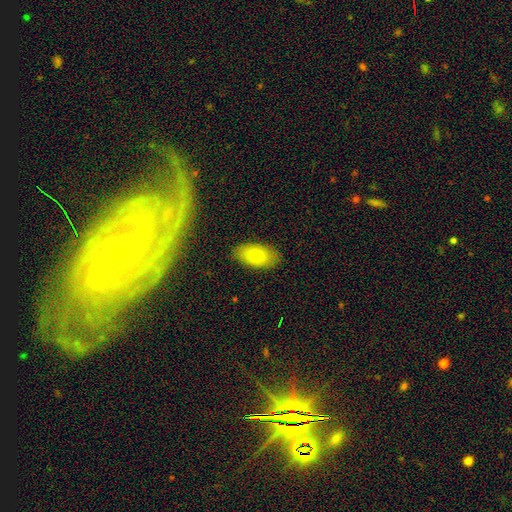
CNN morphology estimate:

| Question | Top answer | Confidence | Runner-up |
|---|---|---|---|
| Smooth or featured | smooth | 79% | featured or disk (13%) |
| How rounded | in between | 93% | round (4%) |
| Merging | none | 85% | minor disturbance (11%) |